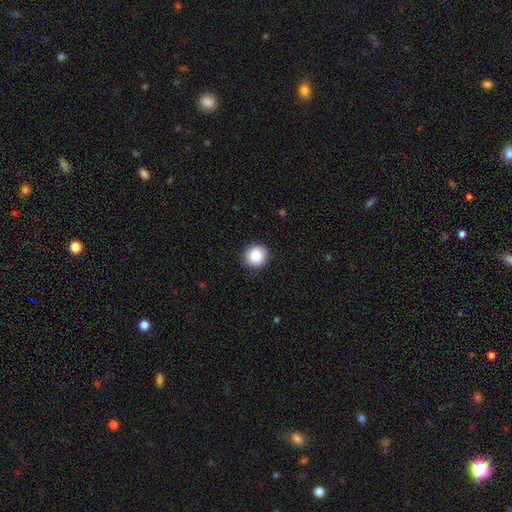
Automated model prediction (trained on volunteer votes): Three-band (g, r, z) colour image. It shows a smooth galaxy with no disk features (87%) that is round (92%). Merging: none (90%).